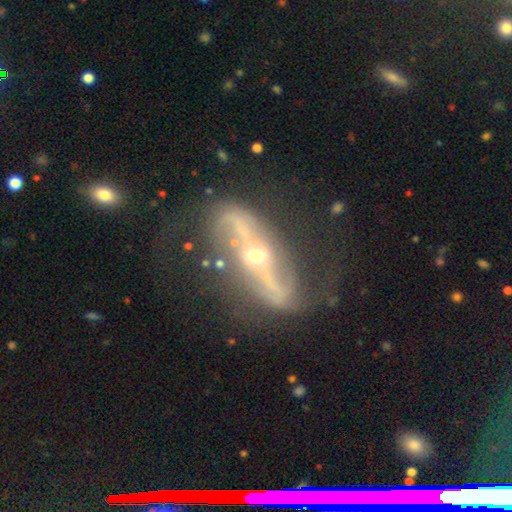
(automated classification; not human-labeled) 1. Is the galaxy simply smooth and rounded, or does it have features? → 87% featured or disk, 8% smooth, 6% star or artifact.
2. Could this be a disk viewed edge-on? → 72% no, 28% yes.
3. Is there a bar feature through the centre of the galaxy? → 63% strong, 21% no, 17% weak.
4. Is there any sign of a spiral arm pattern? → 80% yes, 20% no.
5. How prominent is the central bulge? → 51% small, 44% moderate, 3% large, 1% none, 1% dominant.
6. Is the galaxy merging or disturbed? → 65% none, 18% minor disturbance, 13% major disturbance, 4% merger.